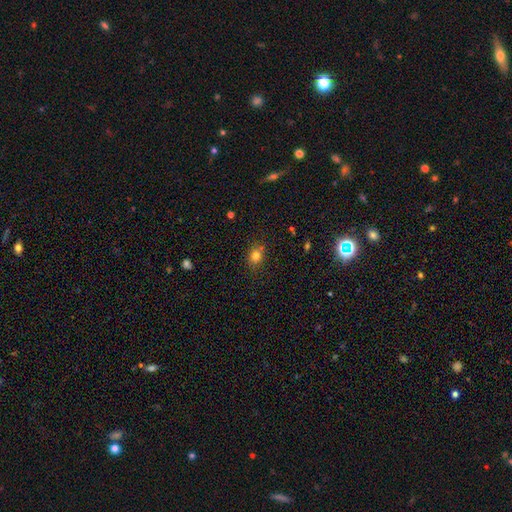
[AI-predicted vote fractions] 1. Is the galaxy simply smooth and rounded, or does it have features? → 78% smooth, 14% star or artifact, 8% featured or disk.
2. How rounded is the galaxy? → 60% round, 38% in between, 1% cigar-shaped.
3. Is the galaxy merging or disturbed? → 74% none, 15% minor disturbance, 7% merger, 4% major disturbance.